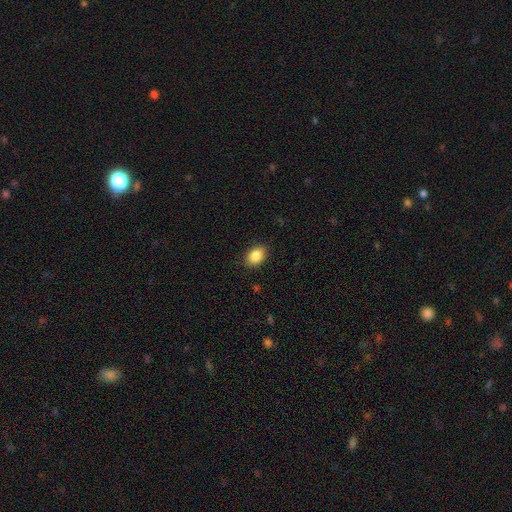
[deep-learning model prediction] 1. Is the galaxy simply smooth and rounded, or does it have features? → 88% smooth, 8% star or artifact, 4% featured or disk.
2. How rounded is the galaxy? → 79% in between, 20% round, 1% cigar-shaped.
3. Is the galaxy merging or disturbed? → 86% none, 11% minor disturbance, 3% major disturbance, 1% merger.